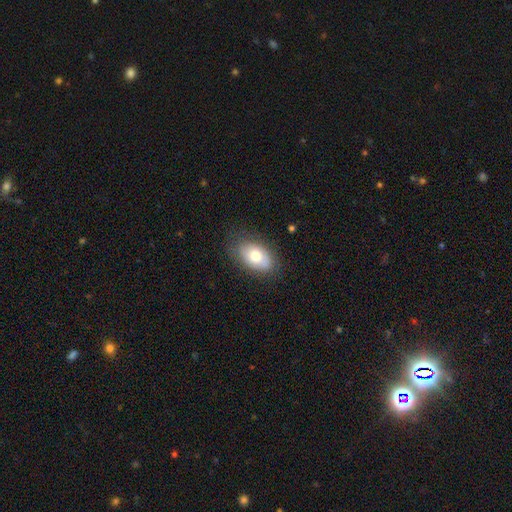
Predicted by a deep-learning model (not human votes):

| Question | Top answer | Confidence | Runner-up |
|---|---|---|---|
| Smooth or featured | smooth | 72% | featured or disk (20%) |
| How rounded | in between | 89% | round (10%) |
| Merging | none | 78% | minor disturbance (16%) |